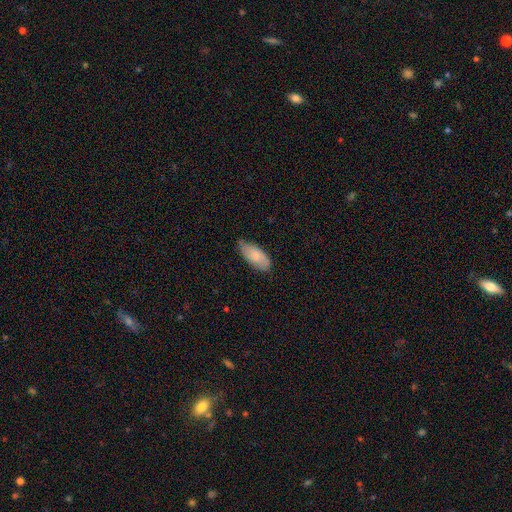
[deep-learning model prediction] Smooth or featured? Predicted: smooth (p=0.72). How rounded? Predicted: in between (p=0.90). Merging? Predicted: none (p=0.66).